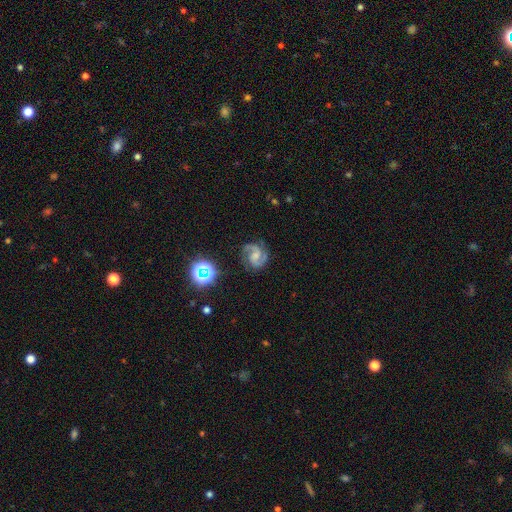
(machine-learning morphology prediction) type=featured or disk (85%); edge-on=no (98%); bar=no (46%); spiral arms=yes (98%); winding=medium (58%); arm count=2 (85%); bulge=small (38%); merging=none (76%).